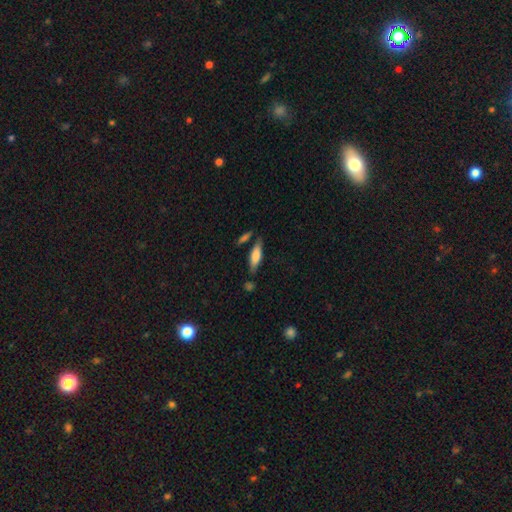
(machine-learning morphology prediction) Smooth or featured? Predicted: smooth (p=0.70). How rounded? Predicted: cigar-shaped (p=0.51). Merging? Predicted: none (p=0.76).